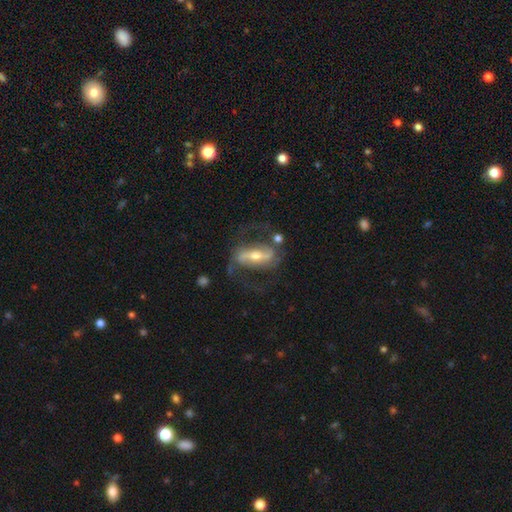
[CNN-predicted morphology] The model was most divided on "spiral winding": medium: 45%, loose: 41%, tight: 14%. More confident: spiral arms — yes (91%); edge-on disk — no (91%); spiral arm count — 2 (89%); smooth or featured — featured or disk (83%); bar — strong (64%); merging — none (62%); bulge size — moderate (56%).